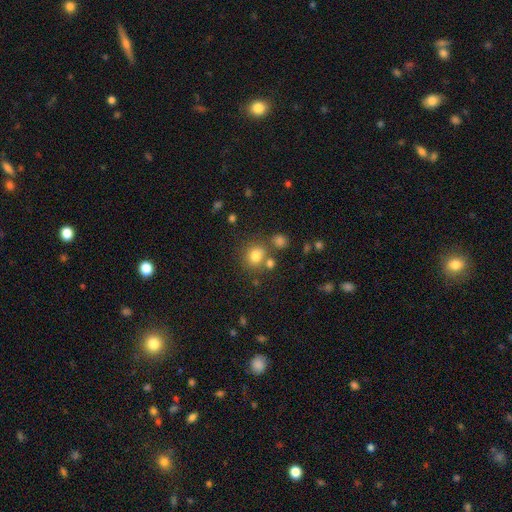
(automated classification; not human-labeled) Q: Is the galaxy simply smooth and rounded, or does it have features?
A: smooth — 78%.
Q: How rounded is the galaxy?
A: round — 75%.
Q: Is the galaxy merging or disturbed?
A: none — 68%.